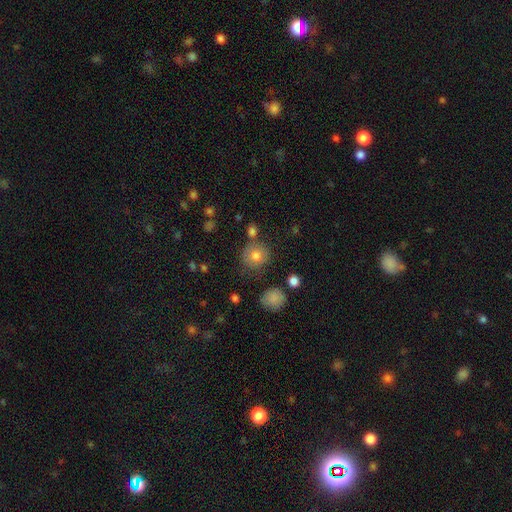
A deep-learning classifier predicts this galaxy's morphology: Overall: smooth (79%). How rounded: round (90%). Merging: none (74%).